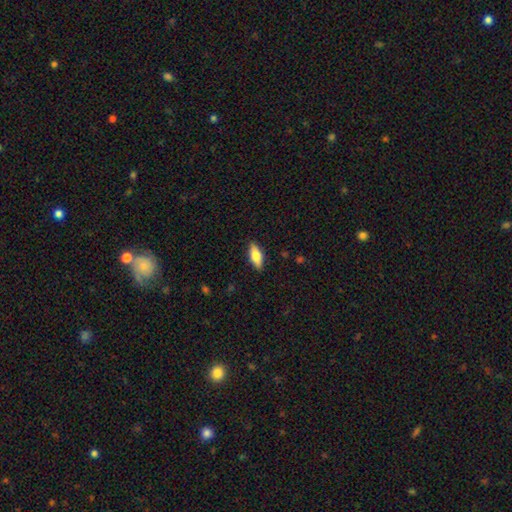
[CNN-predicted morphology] A smooth galaxy with no disk features (64%) that is in between round and cigar-shaped (75%). Merging: none (88%).